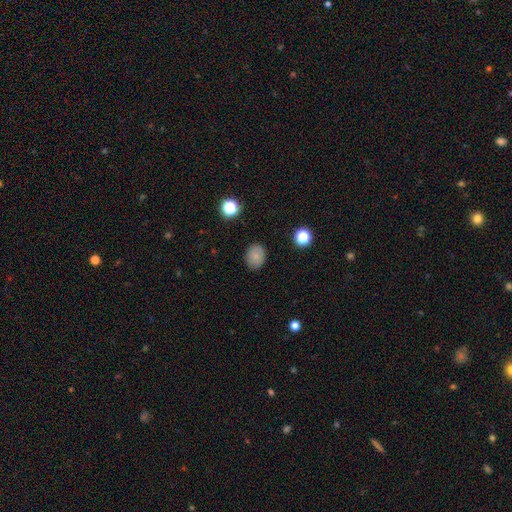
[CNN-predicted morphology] Smooth or featured? Predicted: smooth (p=0.80). How rounded? Predicted: round (p=0.54). Merging? Predicted: none (p=0.85).